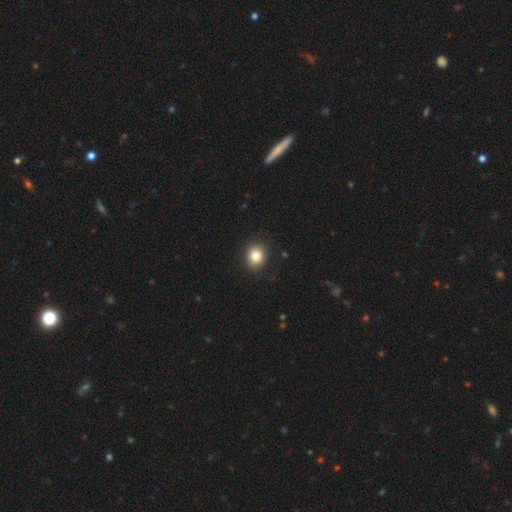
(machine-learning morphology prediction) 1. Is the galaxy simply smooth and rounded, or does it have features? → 82% smooth, 10% star or artifact, 7% featured or disk.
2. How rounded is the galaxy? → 73% round, 26% in between, 1% cigar-shaped.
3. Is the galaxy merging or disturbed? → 90% none, 7% minor disturbance, 2% major disturbance, 1% merger.